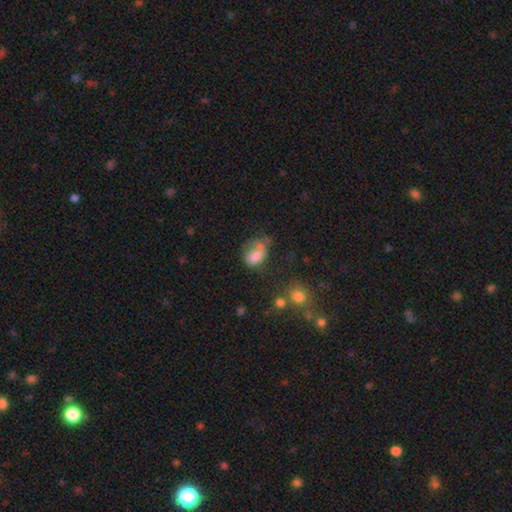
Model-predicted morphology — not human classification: smooth-or-featured: smooth: 65% | featured or disk: 24% | star or artifact: 11%
  how-rounded: in between: 76% | round: 22% | cigar-shaped: 2%
  merging: major disturbance: 39% | none: 29% | minor disturbance: 25% | merger: 7%